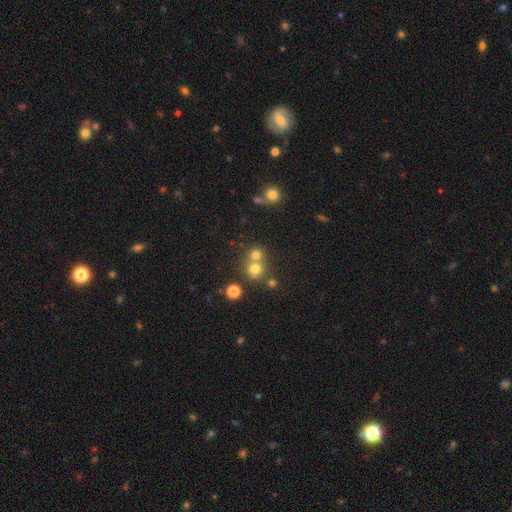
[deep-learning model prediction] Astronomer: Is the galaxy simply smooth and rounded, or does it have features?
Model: smooth — 57%.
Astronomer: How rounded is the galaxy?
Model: round — 86%.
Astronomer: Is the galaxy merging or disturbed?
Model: none — 51% (runner-up: merger, 40%).